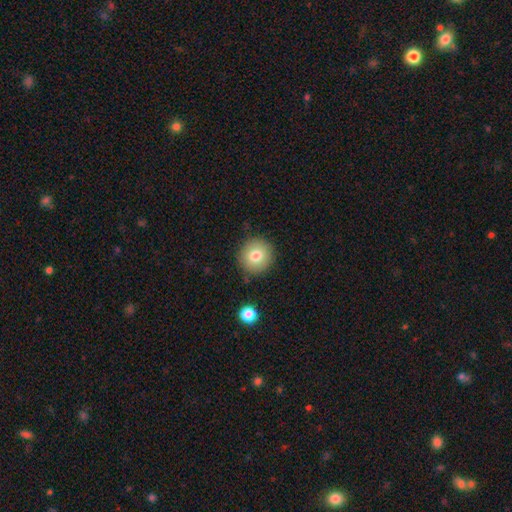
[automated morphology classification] type=smooth (78%); roundness=round (93%); merging=none (85%).